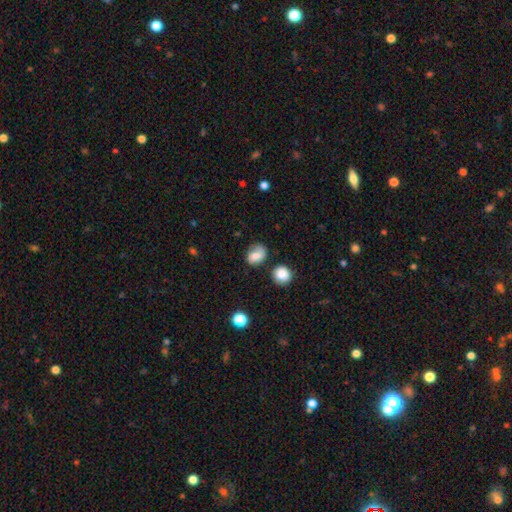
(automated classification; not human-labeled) Smooth or featured? Predicted: smooth (p=0.65). How rounded? Predicted: in between (p=0.54). Merging? Predicted: none (p=0.57).